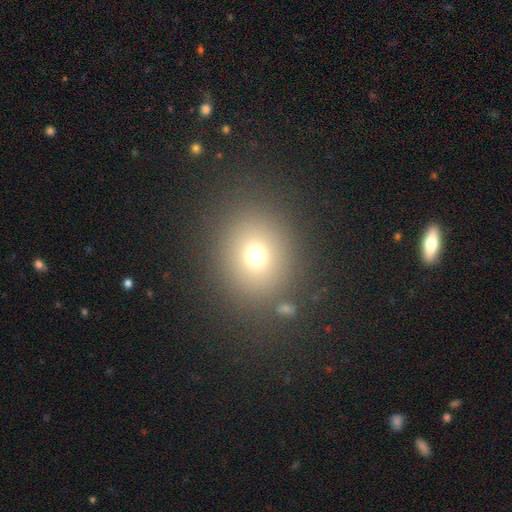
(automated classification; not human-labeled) Smooth or featured? smooth (70%)
How rounded? round (74%)
Merging? none (84%)